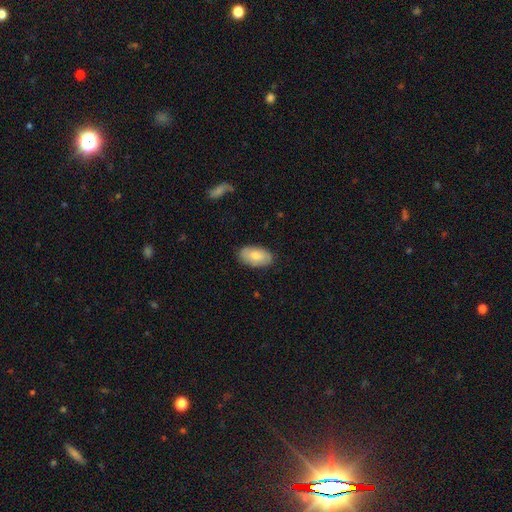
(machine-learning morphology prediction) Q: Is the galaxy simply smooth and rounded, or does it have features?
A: smooth — 76%.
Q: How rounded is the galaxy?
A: in between — 94%.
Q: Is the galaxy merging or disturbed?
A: none — 83%.